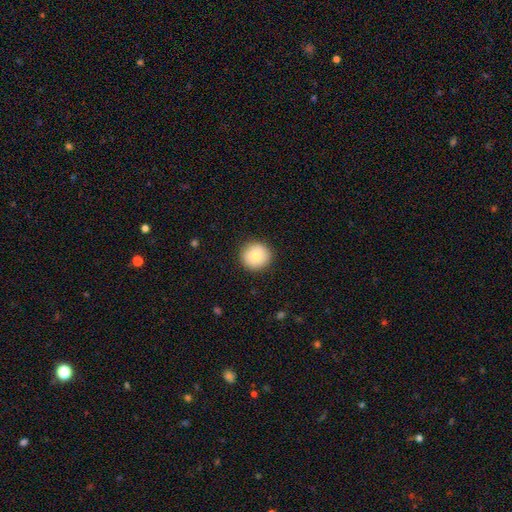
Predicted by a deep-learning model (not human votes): A smooth galaxy with no disk features (81%) that is round (94%). Merging: none (91%).